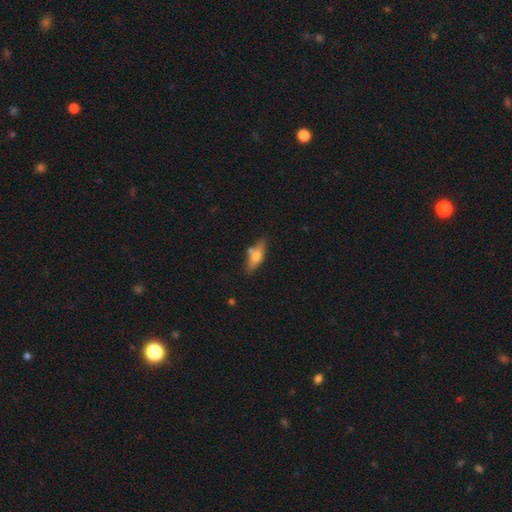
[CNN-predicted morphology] The model was most divided on "how rounded": in between: 54%, cigar-shaped: 43%, round: 3%. More confident: merging — none (70%); smooth or featured — smooth (59%).